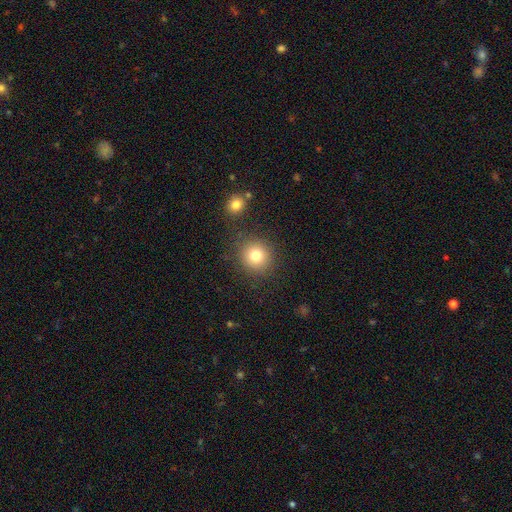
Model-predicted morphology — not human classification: Q: Smooth or featured?
A: smooth (79%); runner-up: star or artifact (13%)
Q: How rounded?
A: round (91%); runner-up: in between (9%)
Q: Merging?
A: none (85%); runner-up: minor disturbance (8%)